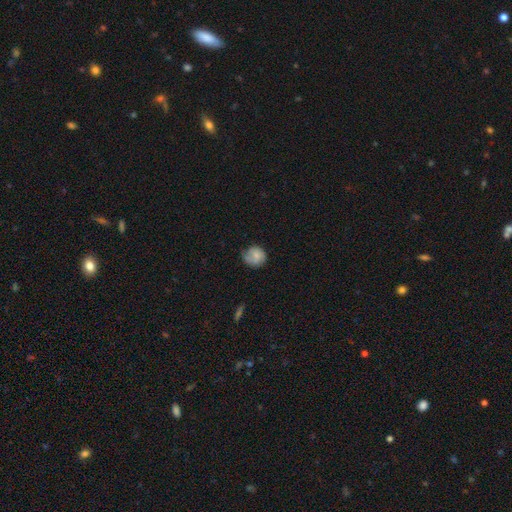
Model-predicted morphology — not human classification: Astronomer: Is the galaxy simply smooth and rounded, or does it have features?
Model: smooth — 68%.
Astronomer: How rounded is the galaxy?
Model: round — 79%.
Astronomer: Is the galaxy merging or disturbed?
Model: none — 57%.